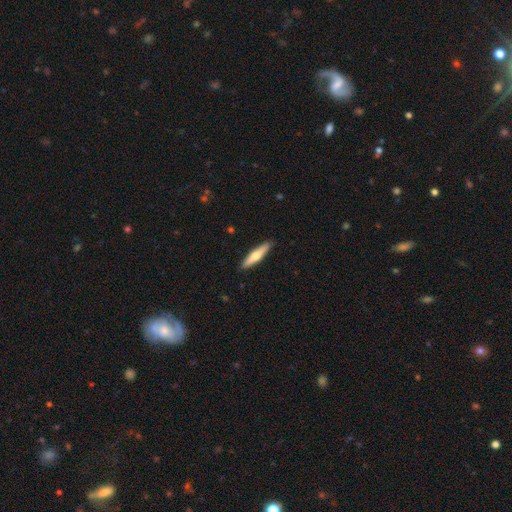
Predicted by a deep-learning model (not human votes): The model was most divided on "smooth or featured": smooth: 54%, featured or disk: 41%, star or artifact: 5%. More confident: merging — none (90%); how rounded — cigar-shaped (82%).